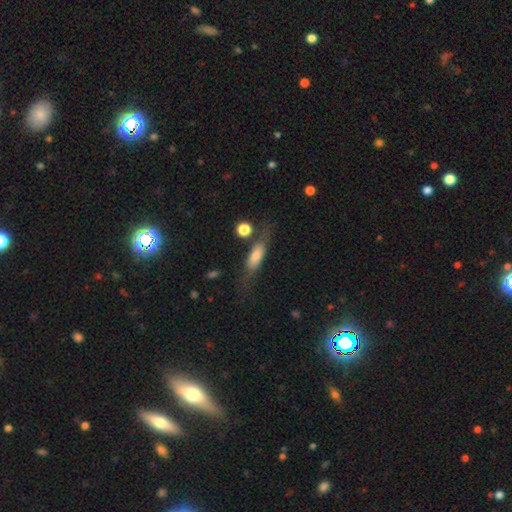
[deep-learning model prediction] This is possibly a smooth galaxy (56%). How rounded: possibly in between (49%). Merging: likely none (62%).